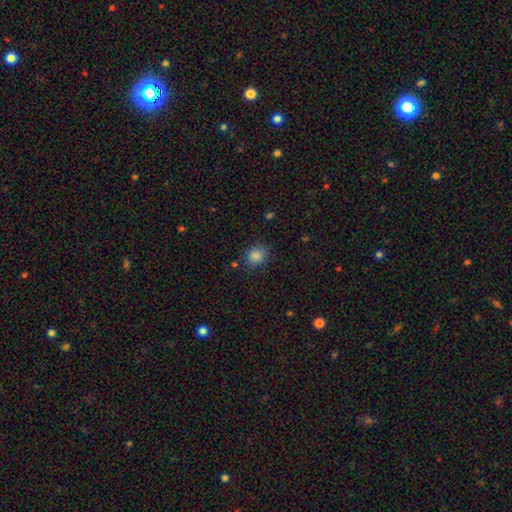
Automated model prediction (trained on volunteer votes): Smooth or featured? Predicted: smooth (p=0.85). How rounded? Predicted: round (p=0.63). Merging? Predicted: none (p=0.82).